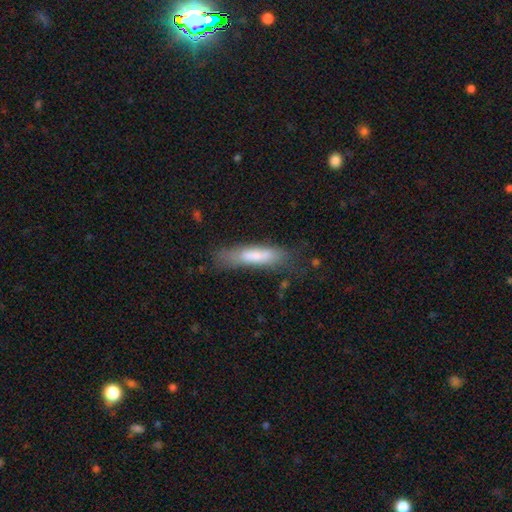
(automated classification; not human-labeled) Smooth or featured? Predicted: smooth (p=0.70). How rounded? Predicted: cigar-shaped (p=0.75). Merging? Predicted: none (p=0.63).